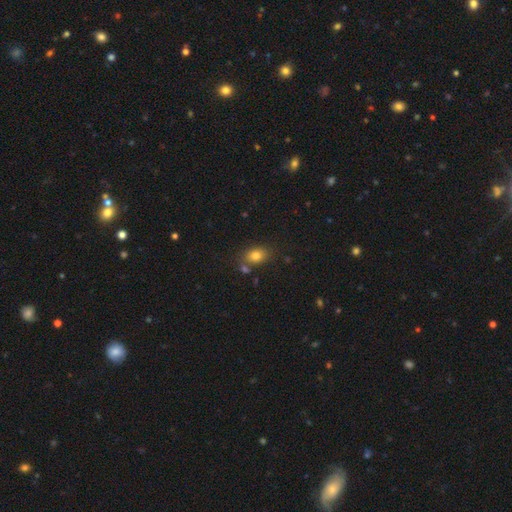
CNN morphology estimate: Smooth or featured? Predicted: smooth (p=0.80). How rounded? Predicted: in between (p=0.75). Merging? Predicted: none (p=0.69).